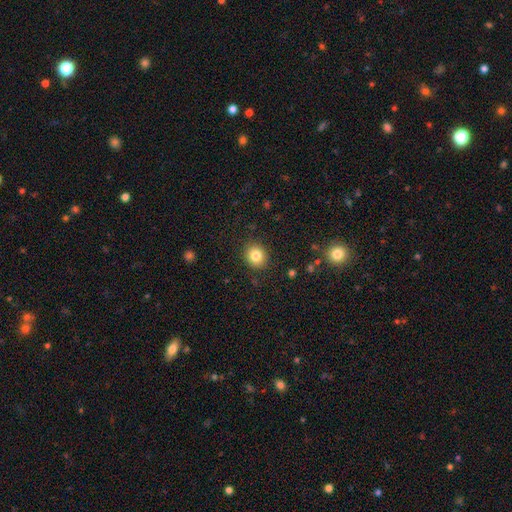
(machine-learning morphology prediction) Q: Smooth or featured?
A: smooth (82%); runner-up: star or artifact (11%)
Q: How rounded?
A: round (81%); runner-up: in between (18%)
Q: Merging?
A: none (90%); runner-up: minor disturbance (7%)